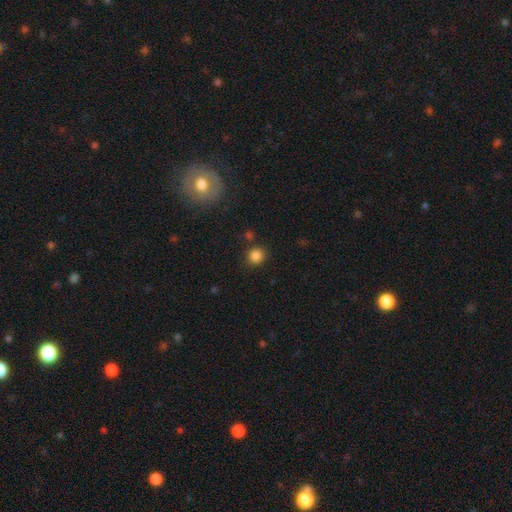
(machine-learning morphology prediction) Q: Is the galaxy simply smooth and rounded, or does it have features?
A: smooth — 84%.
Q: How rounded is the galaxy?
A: round — 87%.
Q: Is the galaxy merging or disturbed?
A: none — 84%.